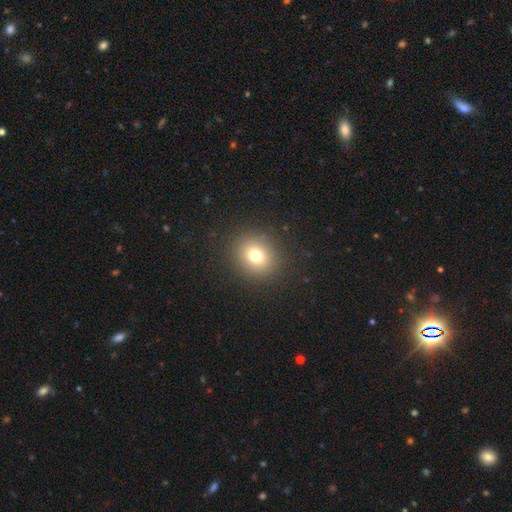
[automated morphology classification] A smooth galaxy with no disk features (75%) that is round (75%).

Vote fractions:
- Smooth or featured? smooth: 75% / star or artifact: 15% / featured or disk: 10%
- How rounded? round: 75% / in between: 25% / cigar-shaped: 1%
- Merging? none: 89% / minor disturbance: 7% / major disturbance: 3% / merger: 1%